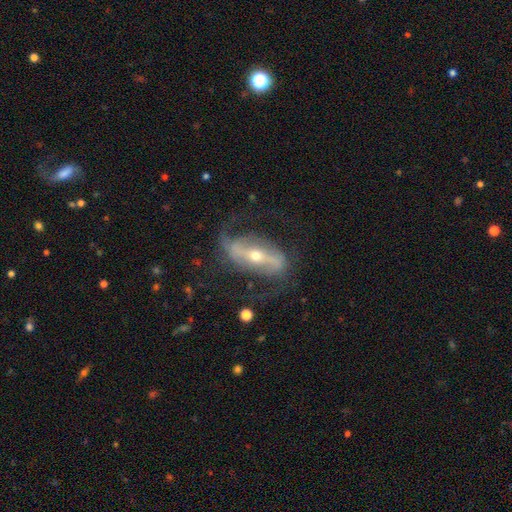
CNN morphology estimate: Overall: featured or disk (86%). Edge-on disk: no (87%). Bar: strong (66%). Spiral arms: yes (90%). Spiral arm count: 2 (87%). Spiral winding: loose (49%; medium 36%). Bulge size: small (51%; moderate 45%). Merging: none (67%).